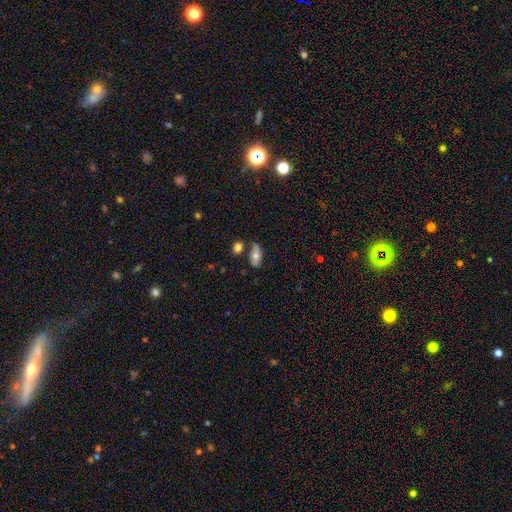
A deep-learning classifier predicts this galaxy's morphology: type=smooth (64%); roundness=in between (88%); merging=none (60%).